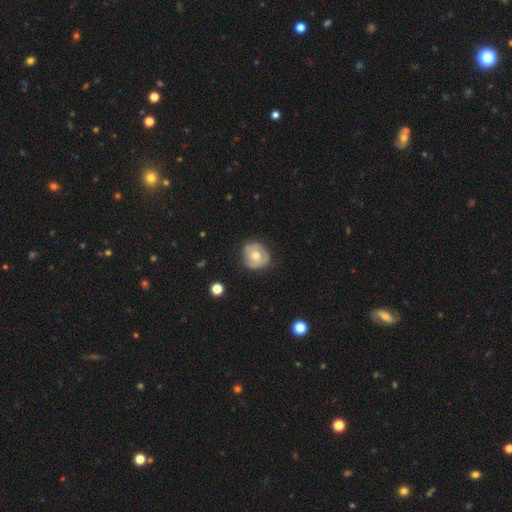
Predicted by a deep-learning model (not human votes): Morphology: type=smooth (52%); roundness=round (82%); merging=none (70%).